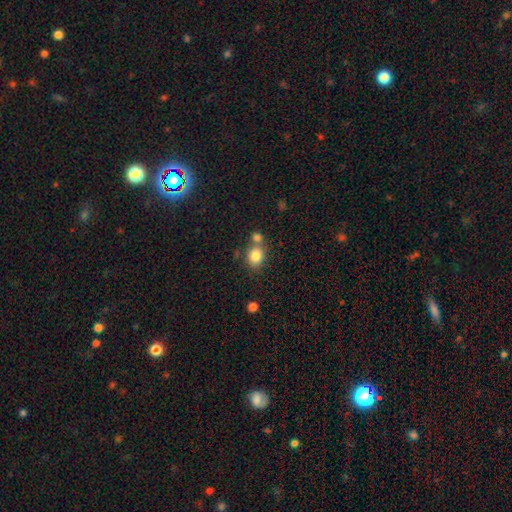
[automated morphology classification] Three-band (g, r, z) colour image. It shows a smooth galaxy with no disk features (83%) that is round (65%). Merging: none (55%).